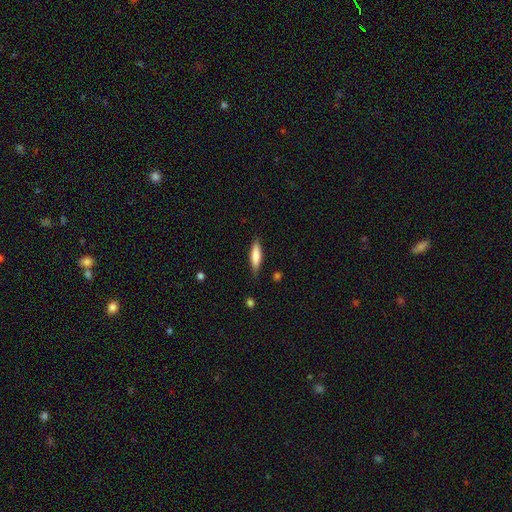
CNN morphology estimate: Q: Smooth or featured?
A: smooth (76%); runner-up: featured or disk (18%)
Q: How rounded?
A: cigar-shaped (70%); runner-up: in between (28%)
Q: Merging?
A: none (83%); runner-up: minor disturbance (13%)